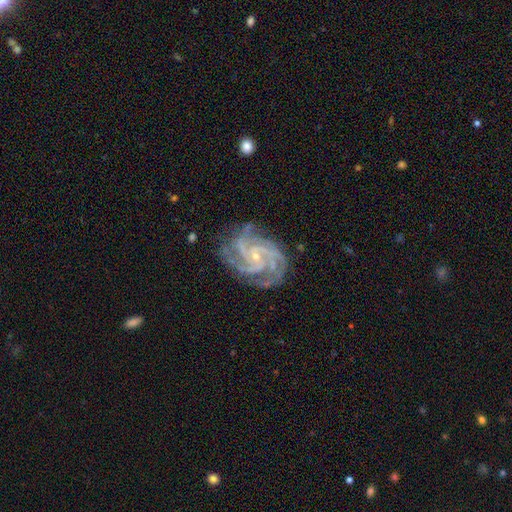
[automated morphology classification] Smooth or featured: featured or disk — 92% (star or artifact — 6%)
Edge-on disk: no — 98% (yes — 2%)
Bar: no — 61% (weak — 28%)
Spiral arms: yes — 99% (no — 1%)
Spiral winding: tight — 63% (medium — 33%)
Spiral arm count: 4 — 37% (3 — 26%)
Bulge size: small — 81% (moderate — 15%)
Merging: none — 78% (minor disturbance — 16%)